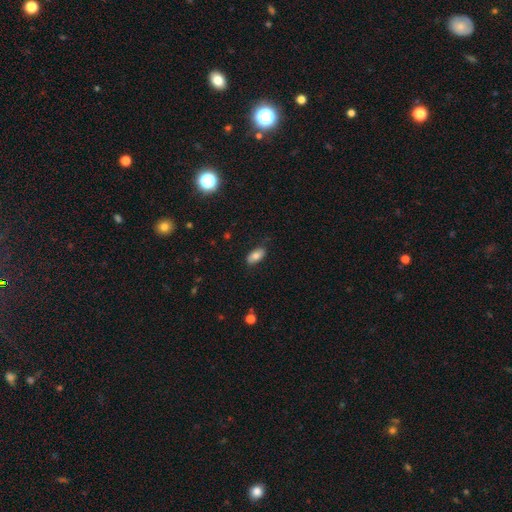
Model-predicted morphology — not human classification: smooth 77%, featured or disk 15%, star or artifact 8%. Down the decision tree: how rounded — in between (92%); merging — none (81%).